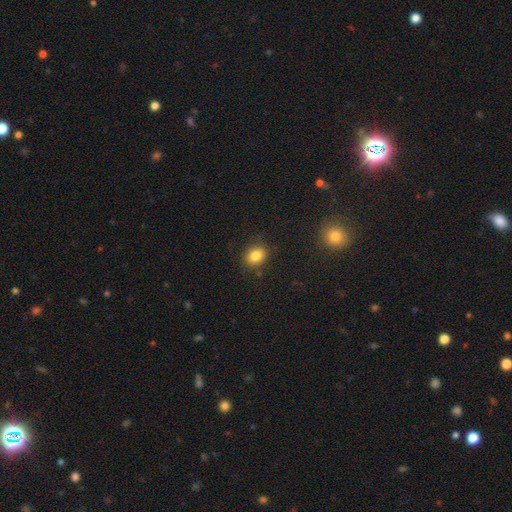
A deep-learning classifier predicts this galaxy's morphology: This appears to be a smooth galaxy with no disk features (83%) that is in between round and cigar-shaped (52%). Merging: none (85%).